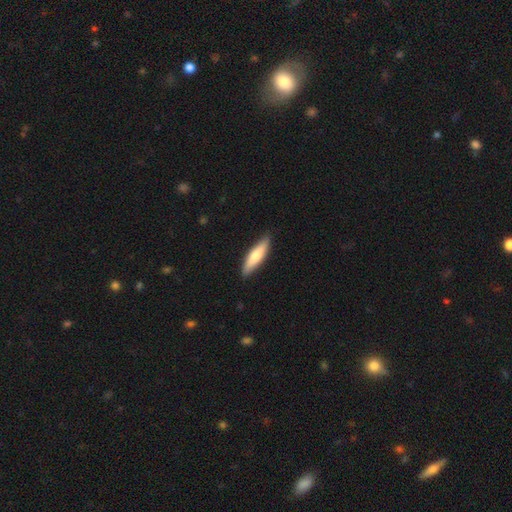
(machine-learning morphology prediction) A smooth galaxy with no disk features (69%) that is cigar-shaped (70%).

Vote fractions:
- Smooth or featured? smooth: 69% / featured or disk: 26% / star or artifact: 5%
- How rounded? cigar-shaped: 70% / in between: 29% / round: 2%
- Merging? none: 87% / minor disturbance: 10% / major disturbance: 2% / merger: 1%